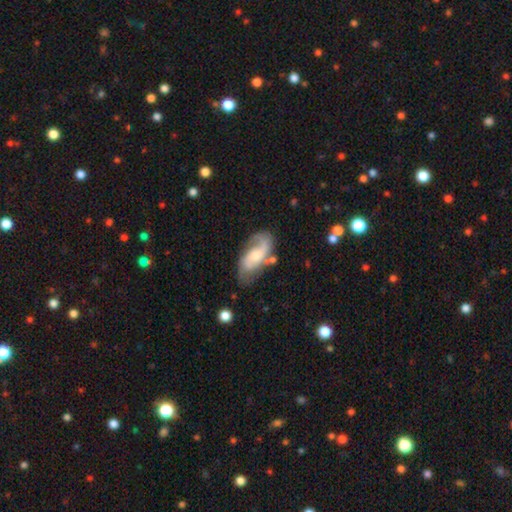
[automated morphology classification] This is likely a featured or disk galaxy (75%). It is clearly not viewed edge-on (95%). Bar: possibly no (53%). Spiral arm pattern: clearly yes (93%). Spiral arm count: likely 2 (76%). Spiral winding: possibly medium (45%). Central bulge: possibly moderate (45%). Merging: possibly none (57%).